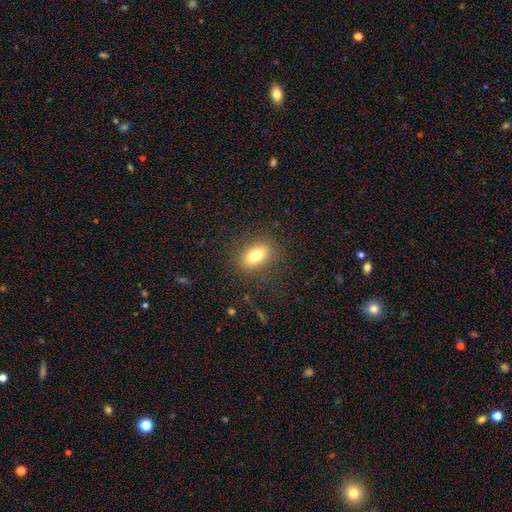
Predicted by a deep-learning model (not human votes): This is likely a smooth galaxy (78%). How rounded: clearly in between (83%). Merging: clearly none (84%).